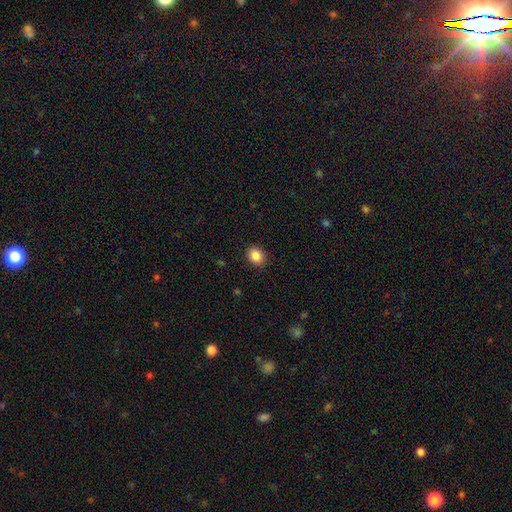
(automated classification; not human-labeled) Smooth or featured? smooth (86%)
How rounded? round (59%)
Merging? none (90%)